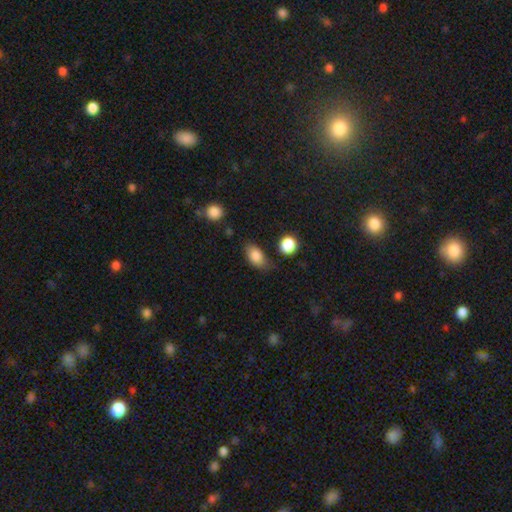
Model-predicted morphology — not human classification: smooth-or-featured: smooth: 84% | featured or disk: 8% | star or artifact: 8%
  how-rounded: in between: 86% | round: 10% | cigar-shaped: 4%
  merging: none: 62% | minor disturbance: 27% | major disturbance: 7% | merger: 5%